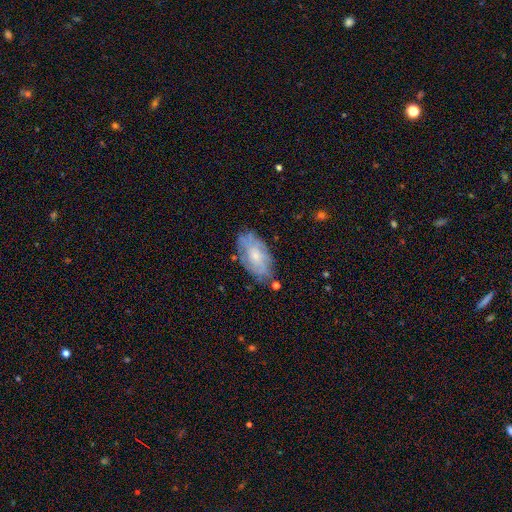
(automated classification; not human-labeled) The model was most divided on "smooth or featured": featured or disk: 52%, smooth: 40%, star or artifact: 8%. More confident: edge-on disk — no (92%); merging — none (71%).